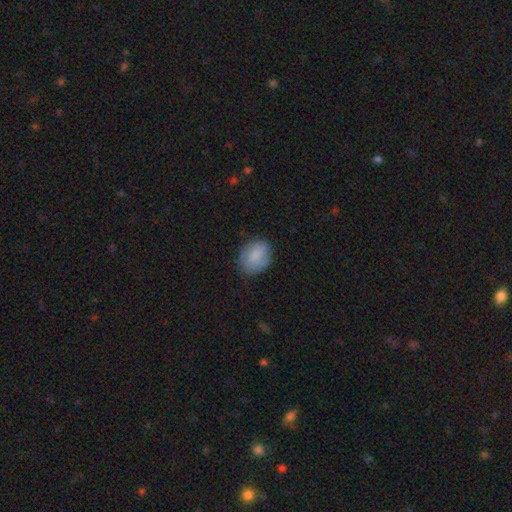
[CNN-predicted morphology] Q: Smooth or featured?
A: smooth (82%); runner-up: featured or disk (11%)
Q: How rounded?
A: in between (57%); runner-up: round (42%)
Q: Merging?
A: none (76%); runner-up: minor disturbance (18%)